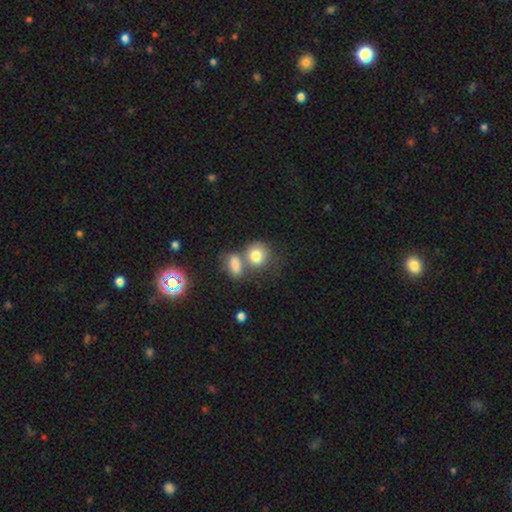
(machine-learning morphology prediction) Smooth or featured?
  - smooth: 80% *
  - featured or disk: 11%
  - star or artifact: 9%
How rounded?
  - round: 70% *
  - in between: 29%
  - cigar-shaped: 1%
Merging?
  - merger: 45% *
  - none: 39%
  - minor disturbance: 10%
  - major disturbance: 5%